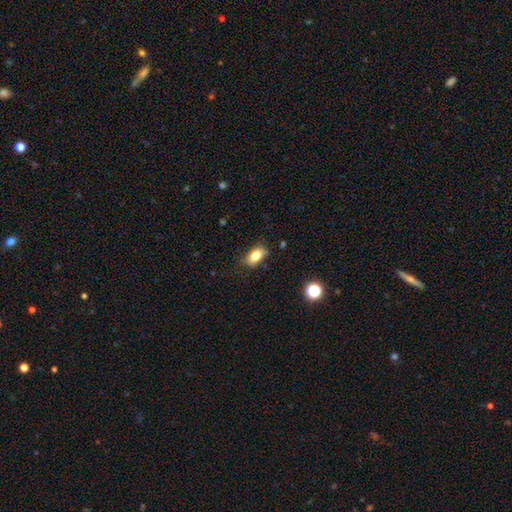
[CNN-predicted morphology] The model was most divided on "merging": none: 76%, minor disturbance: 19%, major disturbance: 4%, merger: 2%. More confident: how rounded — in between (87%); smooth or featured — smooth (80%).